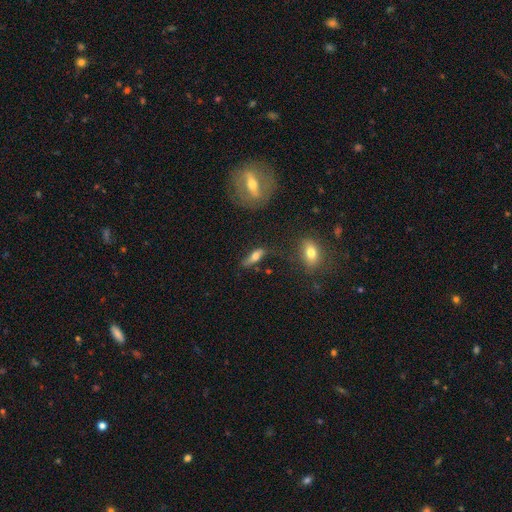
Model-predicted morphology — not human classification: smooth_or_featured: smooth (p=0.49) [alt: featured or disk p=0.42]
merging: none (p=0.62) [alt: minor disturbance p=0.21]